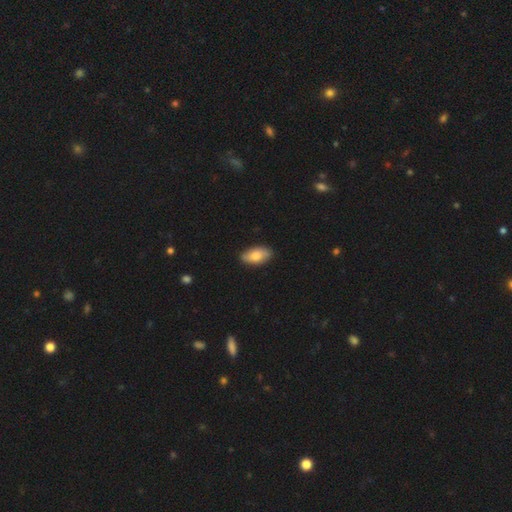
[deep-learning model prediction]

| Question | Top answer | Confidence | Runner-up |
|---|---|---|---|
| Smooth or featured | smooth | 78% | featured or disk (16%) |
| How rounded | in between | 92% | cigar-shaped (5%) |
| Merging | none | 86% | minor disturbance (11%) |